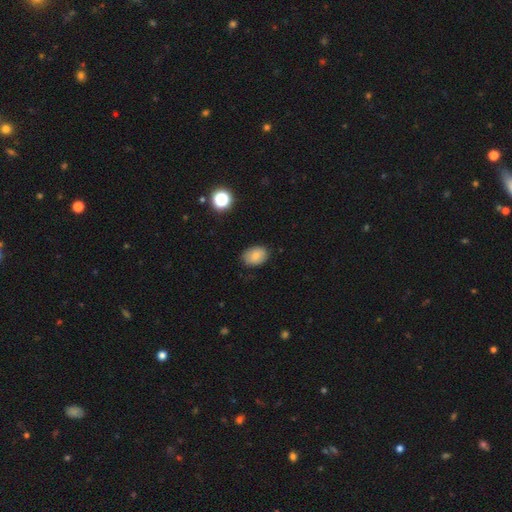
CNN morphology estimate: smooth-or-featured: smooth: 83% | star or artifact: 9% | featured or disk: 8%
  how-rounded: in between: 77% | round: 22% | cigar-shaped: 1%
  merging: none: 84% | minor disturbance: 12% | major disturbance: 3% | merger: 1%